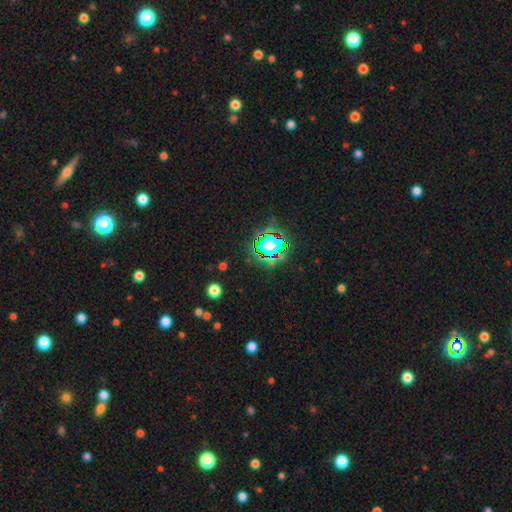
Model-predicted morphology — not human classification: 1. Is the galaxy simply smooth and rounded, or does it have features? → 80% star or artifact, 12% smooth, 8% featured or disk.